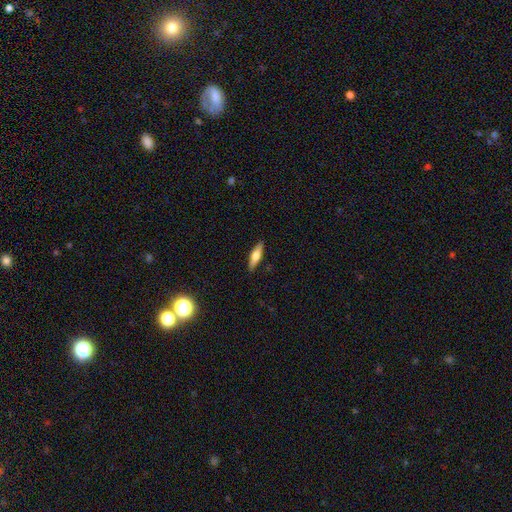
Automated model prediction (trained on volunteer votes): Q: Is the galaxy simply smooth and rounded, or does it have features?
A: smooth — 53%.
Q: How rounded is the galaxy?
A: cigar-shaped — 65%.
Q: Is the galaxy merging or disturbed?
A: none — 89%.